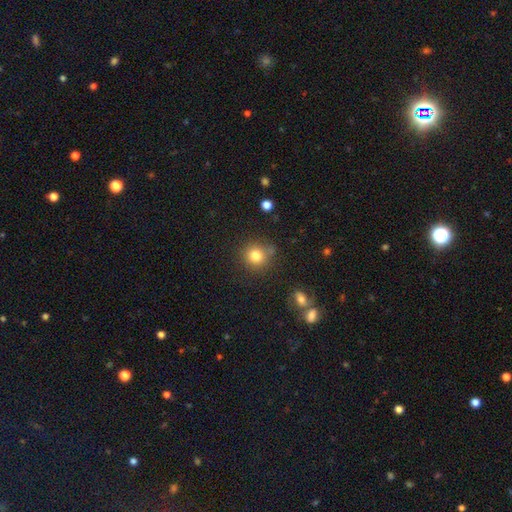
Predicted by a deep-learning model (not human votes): This is clearly a smooth galaxy (81%). How rounded: clearly round (89%). Merging: likely none (77%).